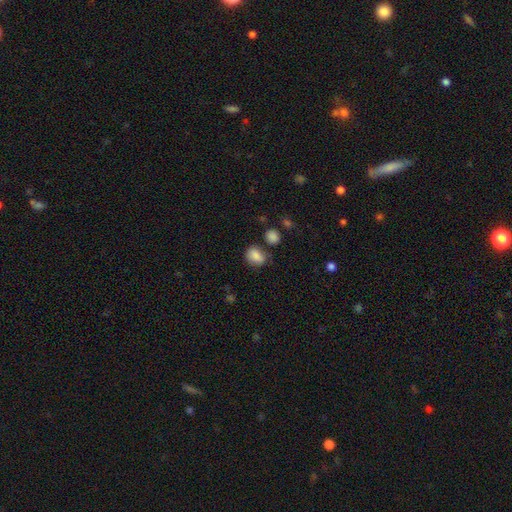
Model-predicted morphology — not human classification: Q: Smooth or featured?
A: smooth (84%); runner-up: star or artifact (9%)
Q: How rounded?
A: in between (61%); runner-up: round (38%)
Q: Merging?
A: none (63%); runner-up: minor disturbance (21%)